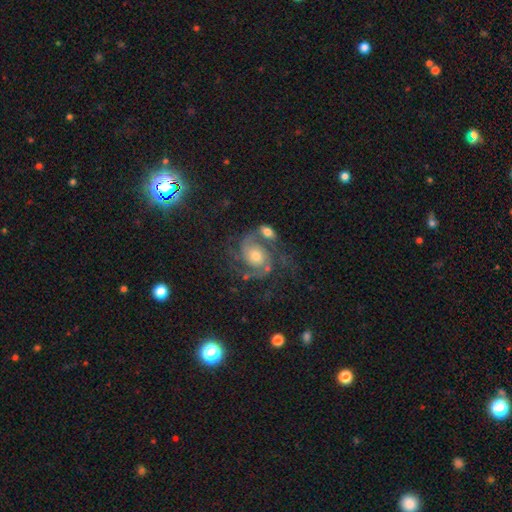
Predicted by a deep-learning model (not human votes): Q: Smooth or featured?
A: featured or disk (85%); runner-up: smooth (8%)
Q: Edge-on disk?
A: no (98%); runner-up: yes (2%)
Q: Bar?
A: no (70%); runner-up: weak (24%)
Q: Spiral arms?
A: yes (96%); runner-up: no (4%)
Q: Spiral winding?
A: medium (47%); runner-up: tight (39%)
Q: Spiral arm count?
A: 2 (73%); runner-up: 3 (9%)
Q: Bulge size?
A: moderate (61%); runner-up: small (26%)
Q: Merging?
A: none (54%); runner-up: minor disturbance (16%)